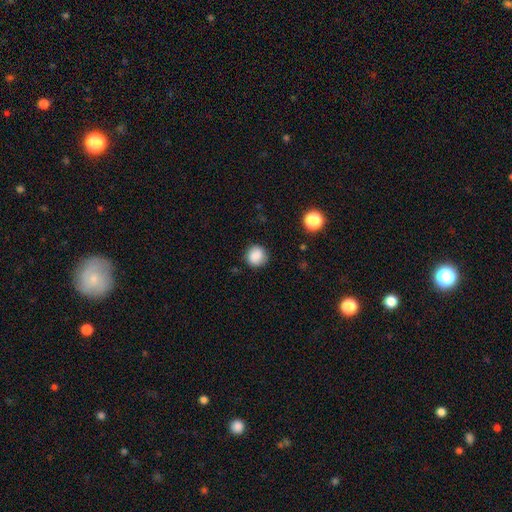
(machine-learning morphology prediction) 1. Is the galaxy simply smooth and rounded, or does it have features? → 85% smooth, 10% star or artifact, 5% featured or disk.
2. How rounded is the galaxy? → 87% round, 12% in between, 1% cigar-shaped.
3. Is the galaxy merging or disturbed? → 82% none, 13% minor disturbance, 4% major disturbance, 1% merger.